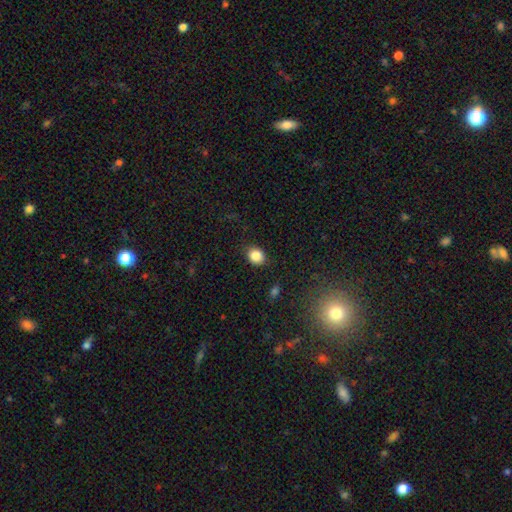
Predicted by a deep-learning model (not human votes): The model was most divided on "how rounded": round: 64%, in between: 35%, cigar-shaped: 1%. More confident: merging — none (86%); smooth or featured — smooth (85%).